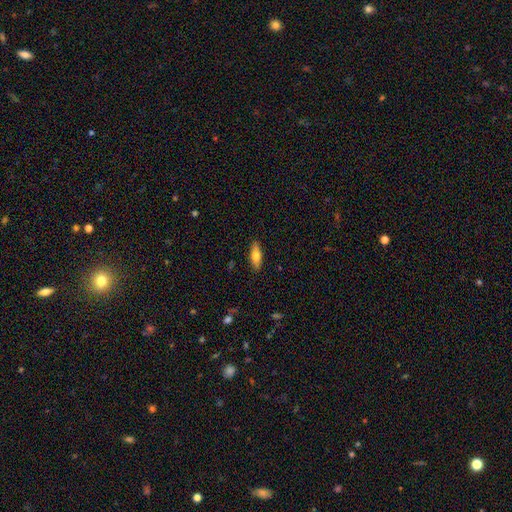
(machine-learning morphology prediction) Q: Smooth or featured?
A: smooth (70%); runner-up: featured or disk (24%)
Q: How rounded?
A: in between (64%); runner-up: cigar-shaped (34%)
Q: Merging?
A: none (88%); runner-up: minor disturbance (9%)